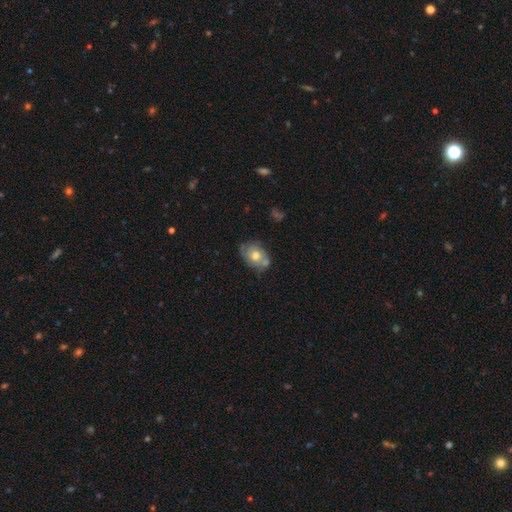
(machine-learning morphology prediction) smooth-or-featured: smooth: 52% | featured or disk: 39% | star or artifact: 9%
  how-rounded: in between: 67% | round: 32% | cigar-shaped: 1%
  merging: none: 55% | minor disturbance: 24% | merger: 14% | major disturbance: 6%